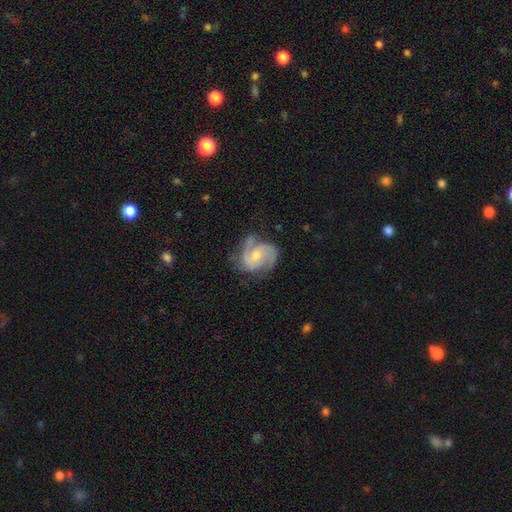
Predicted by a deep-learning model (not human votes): featured or disk 84%, smooth 11%, star or artifact 5%. Down the decision tree: edge-on disk — no (98%); bar — no (55%); spiral arms — yes (96%); spiral arm count — 2 (55%); spiral winding — medium (51%); bulge size — small (50%); merging — none (62%).